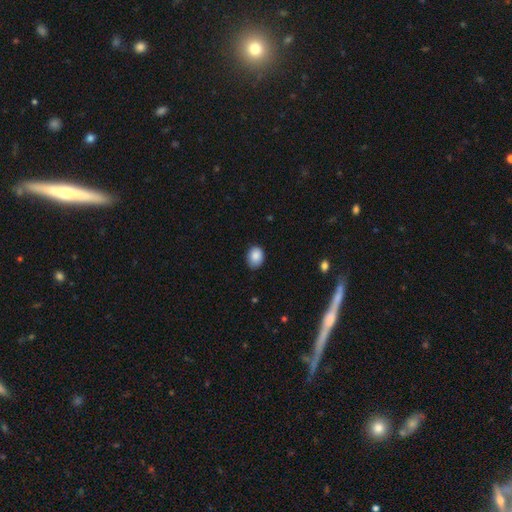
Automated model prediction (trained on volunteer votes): This appears to be a smooth galaxy with no disk features (87%) that is in between round and cigar-shaped (54%). Merging: none (81%).